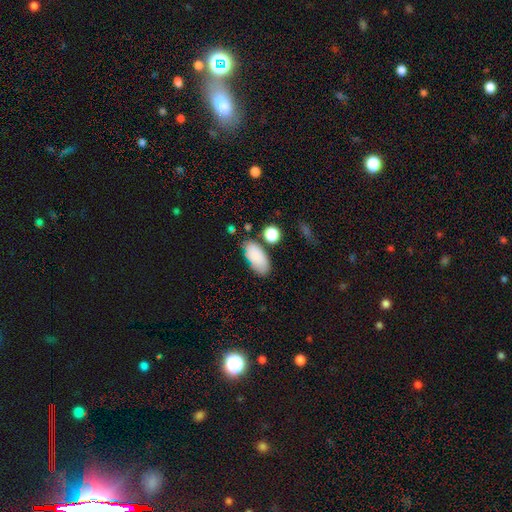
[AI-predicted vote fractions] Overall: smooth (84%). How rounded: in between (91%). Merging: none (71%).